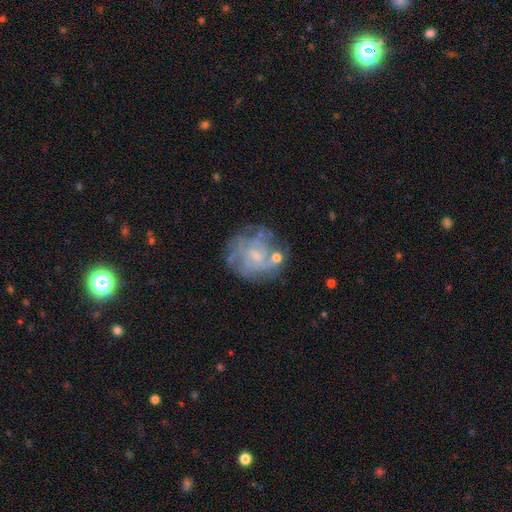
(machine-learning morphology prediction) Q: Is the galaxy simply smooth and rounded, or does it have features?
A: featured or disk — 69%.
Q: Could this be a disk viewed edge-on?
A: no — 98%.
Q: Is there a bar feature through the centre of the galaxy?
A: no — 62%.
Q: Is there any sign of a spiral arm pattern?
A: yes — 66%.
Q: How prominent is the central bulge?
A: small — 48%.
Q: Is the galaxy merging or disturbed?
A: none — 62%.